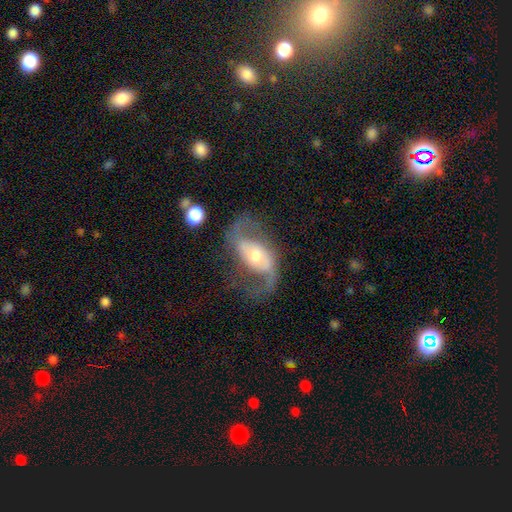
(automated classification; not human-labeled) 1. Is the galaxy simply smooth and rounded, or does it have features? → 85% featured or disk, 9% smooth, 5% star or artifact.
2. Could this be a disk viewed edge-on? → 96% no, 4% yes.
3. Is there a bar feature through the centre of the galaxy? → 41% no, 37% weak, 22% strong.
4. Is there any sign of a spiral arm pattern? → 93% yes, 7% no.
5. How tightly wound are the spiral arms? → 57% loose, 35% medium, 7% tight.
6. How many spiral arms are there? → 91% 2, 3% 1, 3% can't tell, 1% 3, 1% 4, 1% more than 4.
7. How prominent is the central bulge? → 65% moderate, 21% small, 12% large, 2% dominant, 1% none.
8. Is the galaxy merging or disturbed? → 64% none, 17% major disturbance, 16% minor disturbance, 3% merger.